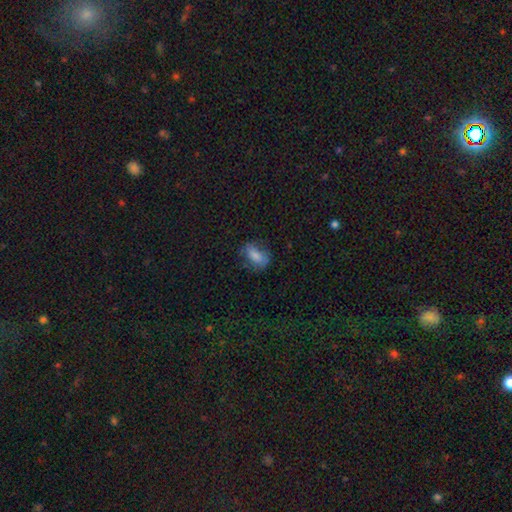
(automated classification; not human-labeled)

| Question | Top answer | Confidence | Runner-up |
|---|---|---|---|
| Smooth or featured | smooth | 77% | featured or disk (13%) |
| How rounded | in between | 84% | round (9%) |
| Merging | none | 66% | minor disturbance (23%) |